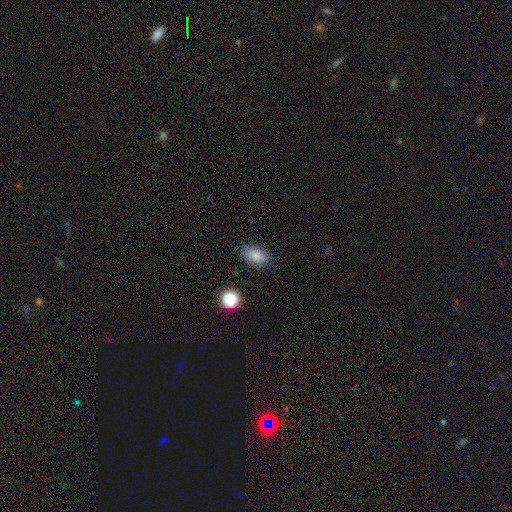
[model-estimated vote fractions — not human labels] Morphology: type=smooth (84%); roundness=in between (86%); merging=none (84%).